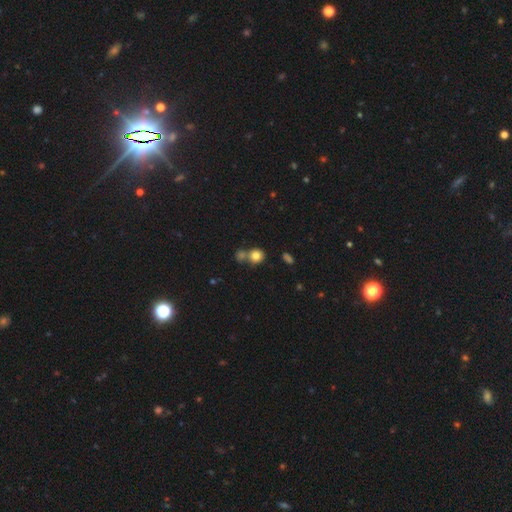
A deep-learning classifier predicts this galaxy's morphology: A smooth galaxy with no disk features (80%) that is round (82%). Merging: none (55%).